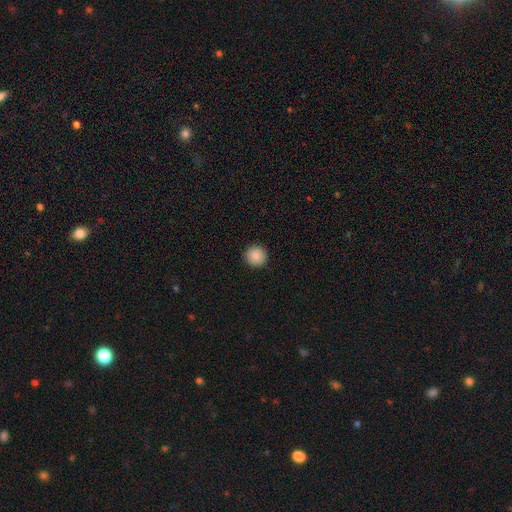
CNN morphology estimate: Smooth or featured?
  - smooth: 89% *
  - star or artifact: 9%
  - featured or disk: 3%
How rounded?
  - round: 95% *
  - in between: 4%
  - cigar-shaped: 1%
Merging?
  - none: 93% *
  - minor disturbance: 4%
  - major disturbance: 2%
  - merger: 1%